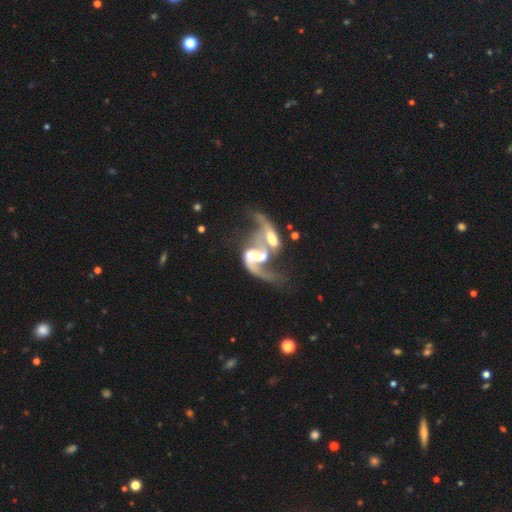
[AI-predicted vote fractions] Morphology: type=featured or disk (86%); edge-on=no (96%); bar=no (40%); spiral arms=yes (90%); winding=loose (70%); arm count=2 (79%); bulge=moderate (51%); merging=merger (74%).